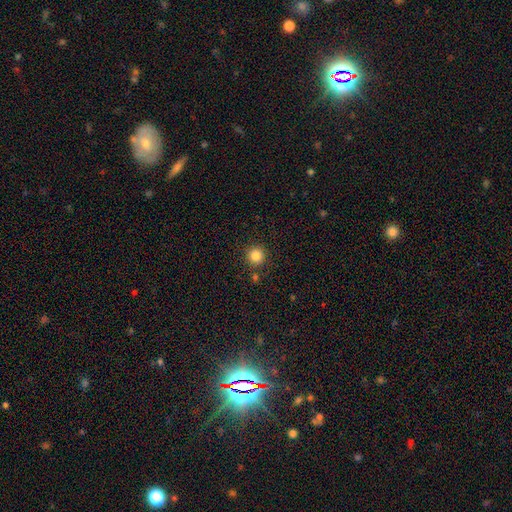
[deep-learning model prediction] The model was most divided on "smooth or featured": smooth: 84%, star or artifact: 11%, featured or disk: 5%. More confident: how rounded — round (94%); merging — none (87%).